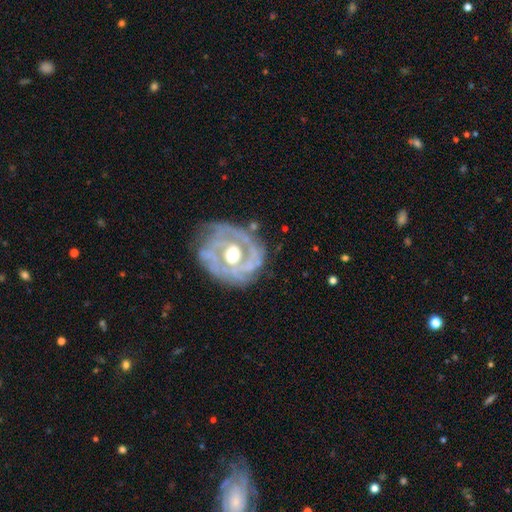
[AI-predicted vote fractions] Smooth or featured: featured or disk — 86% (smooth — 9%)
Edge-on disk: no — 97% (yes — 3%)
Bar: no — 65% (weak — 25%)
Spiral arms: yes — 85% (no — 15%)
Spiral winding: tight — 63% (medium — 28%)
Spiral arm count: can't tell — 31% (2 — 30%)
Bulge size: moderate — 74% (large — 17%)
Merging: none — 66% (minor disturbance — 22%)